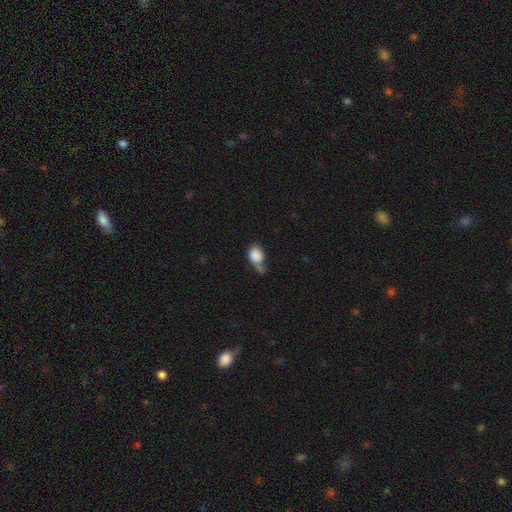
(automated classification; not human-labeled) smooth 84%, star or artifact 8%, featured or disk 7%. Down the decision tree: how rounded — in between (71%); merging — none (33%).